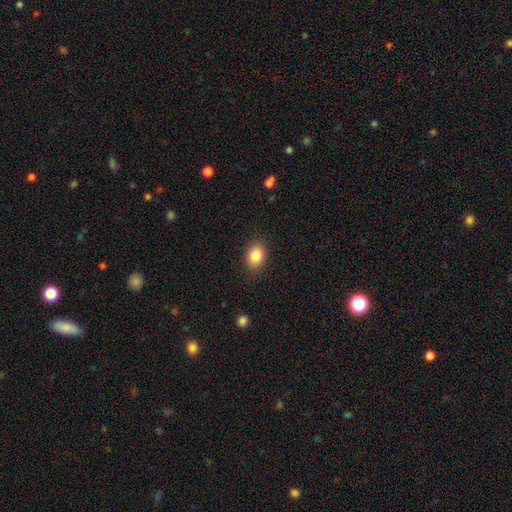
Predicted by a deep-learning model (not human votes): A smooth galaxy with no disk features (85%) that is in between round and cigar-shaped (68%). Merging: none (87%).